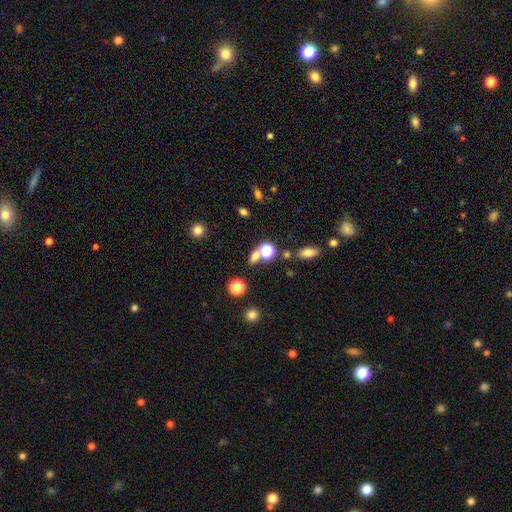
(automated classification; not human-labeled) Smooth or featured? Predicted: smooth (p=0.65). How rounded? Predicted: round (p=0.54). Merging? Predicted: none (p=0.55).